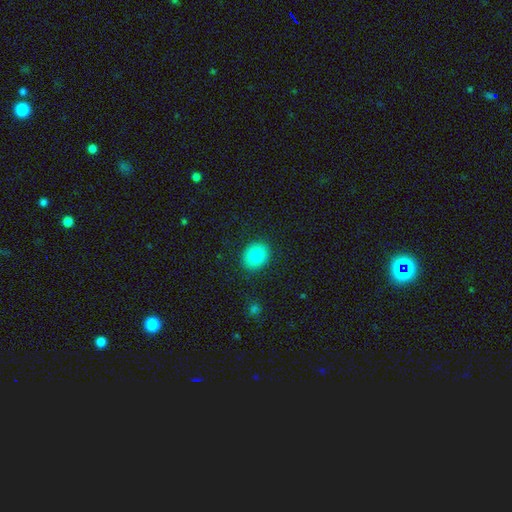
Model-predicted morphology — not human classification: The model was most divided on "how rounded": round: 58%, in between: 41%, cigar-shaped: 1%. More confident: merging — none (89%); smooth or featured — smooth (83%).